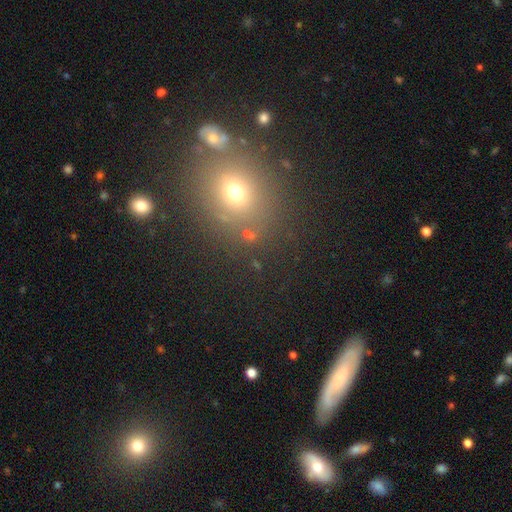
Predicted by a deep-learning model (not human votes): smooth 55%, star or artifact 29%, featured or disk 16%. Down the decision tree: how rounded — round (76%); merging — none (77%).